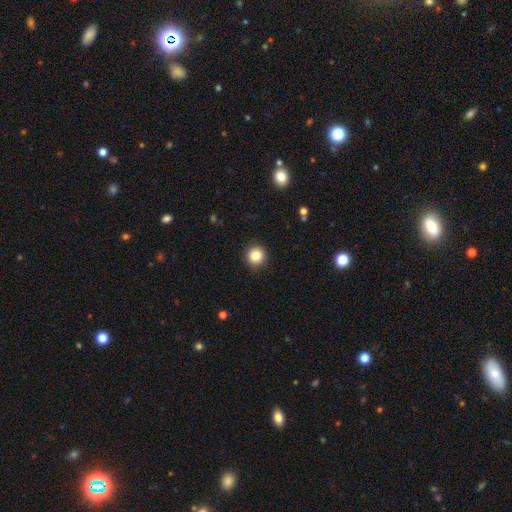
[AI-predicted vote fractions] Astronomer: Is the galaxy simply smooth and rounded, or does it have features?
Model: smooth — 85%.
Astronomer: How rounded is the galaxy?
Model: round — 93%.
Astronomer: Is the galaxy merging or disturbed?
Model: none — 91%.